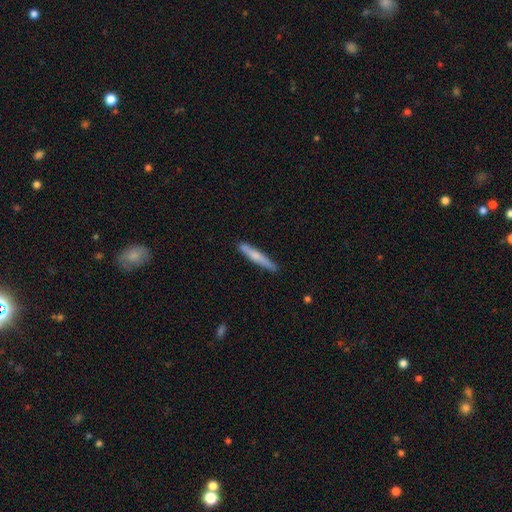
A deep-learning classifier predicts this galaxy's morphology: Overall: smooth (61%; featured or disk 33%). How rounded: cigar-shaped (94%). Merging: none (87%).